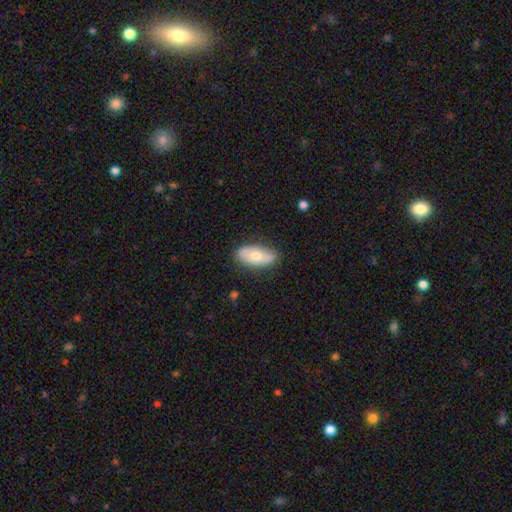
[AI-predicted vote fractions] This is likely a smooth galaxy (63%). How rounded: clearly in between (87%). Merging: likely none (79%).